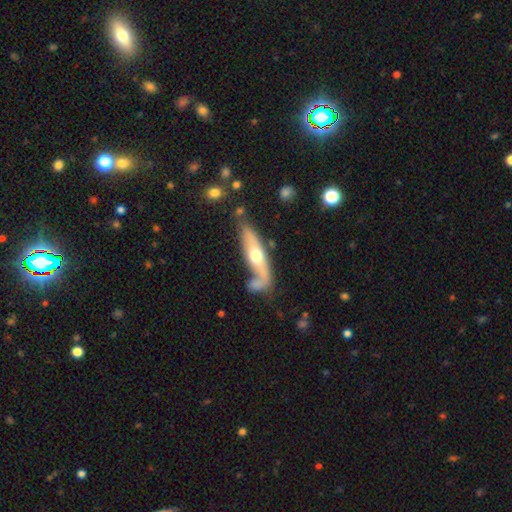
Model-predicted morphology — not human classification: Overall: featured or disk (53%; smooth 42%). Edge-on disk: yes (61%; no 39%). Merging: none (46%; minor disturbance 22%).